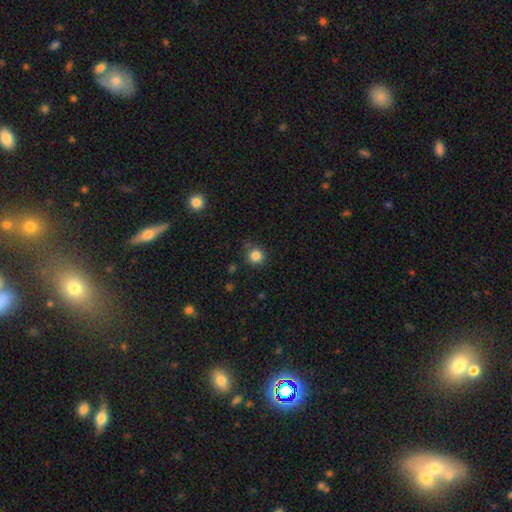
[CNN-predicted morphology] A smooth galaxy with no disk features (84%) that is round (91%).

Vote fractions:
- Smooth or featured? smooth: 84% / star or artifact: 12% / featured or disk: 5%
- How rounded? round: 91% / in between: 8% / cigar-shaped: 1%
- Merging? none: 84% / minor disturbance: 11% / major disturbance: 3% / merger: 2%